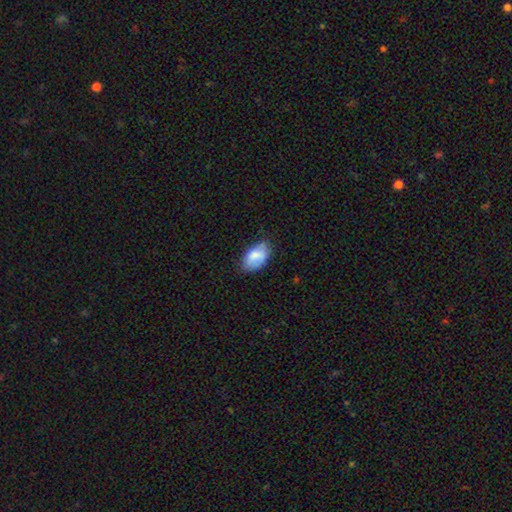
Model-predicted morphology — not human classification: The model was most divided on "merging": none: 68%, minor disturbance: 25%, major disturbance: 5%, merger: 2%. More confident: how rounded — in between (93%); smooth or featured — smooth (77%).